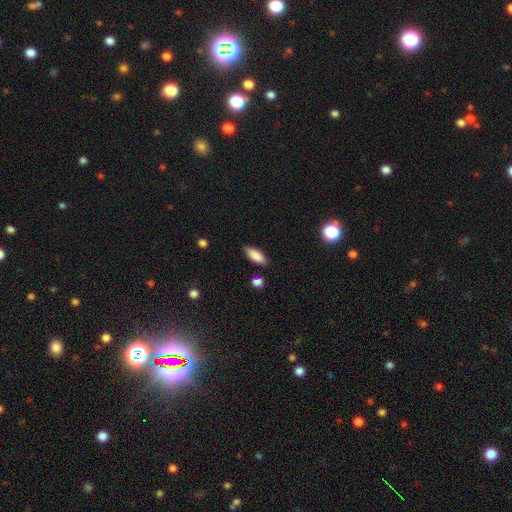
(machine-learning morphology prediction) Overall: smooth (86%). How rounded: in between (71%). Merging: none (84%).